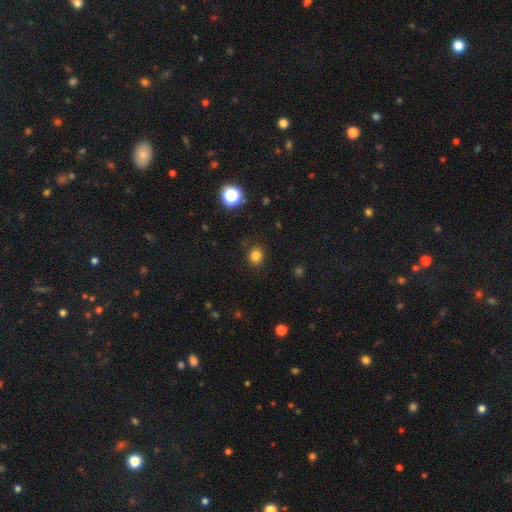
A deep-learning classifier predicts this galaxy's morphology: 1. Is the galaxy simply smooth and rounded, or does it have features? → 82% smooth, 14% star or artifact, 5% featured or disk.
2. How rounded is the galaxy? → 64% round, 35% in between, 1% cigar-shaped.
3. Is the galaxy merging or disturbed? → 87% none, 9% minor disturbance, 3% major disturbance, 1% merger.